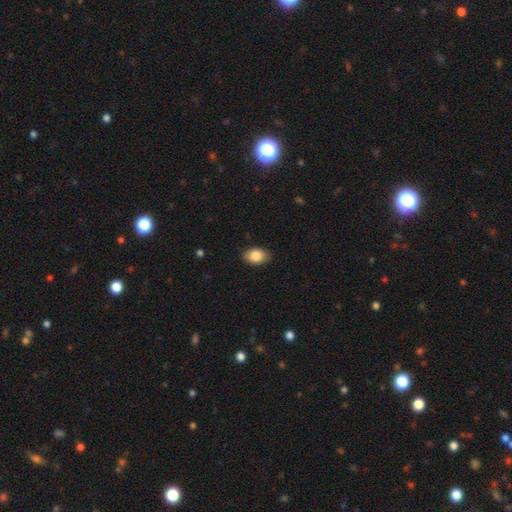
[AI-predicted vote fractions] Smooth or featured? Predicted: smooth (p=0.85). How rounded? Predicted: in between (p=0.87). Merging? Predicted: none (p=0.86).